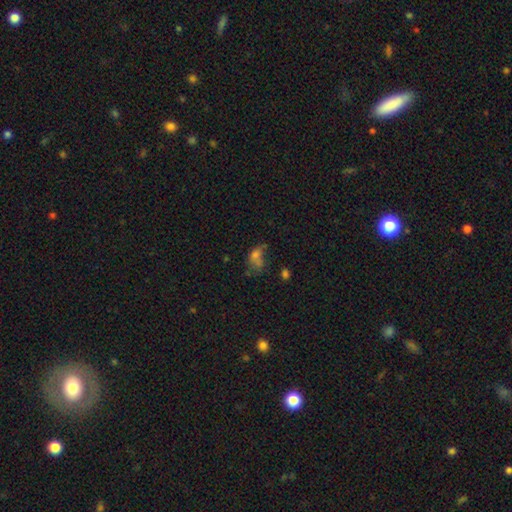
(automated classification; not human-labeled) Morphology: type=smooth (58%); roundness=in between (73%); merging=major disturbance (30%).